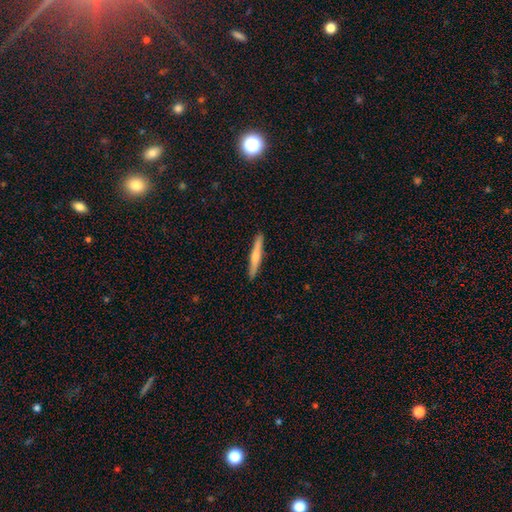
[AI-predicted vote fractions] smooth 59%, featured or disk 36%, star or artifact 5%. Down the decision tree: how rounded — cigar-shaped (95%); merging — none (91%).